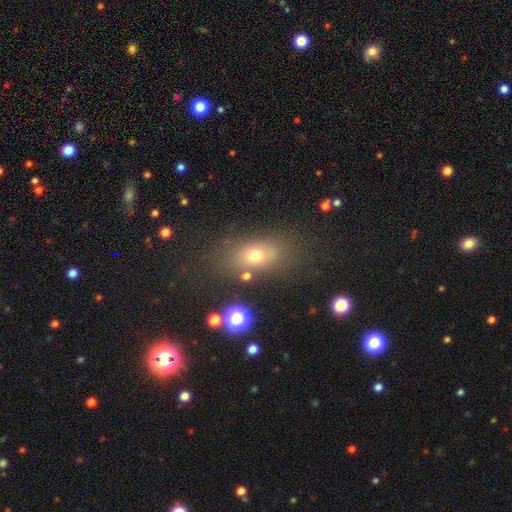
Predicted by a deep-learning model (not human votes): This is likely a smooth galaxy (66%). How rounded: likely in between (70%). Merging: likely none (73%).